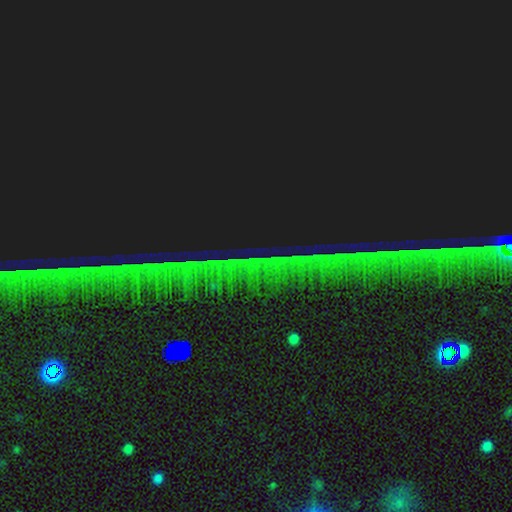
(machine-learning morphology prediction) A star or artifact, not a galaxy (86%).